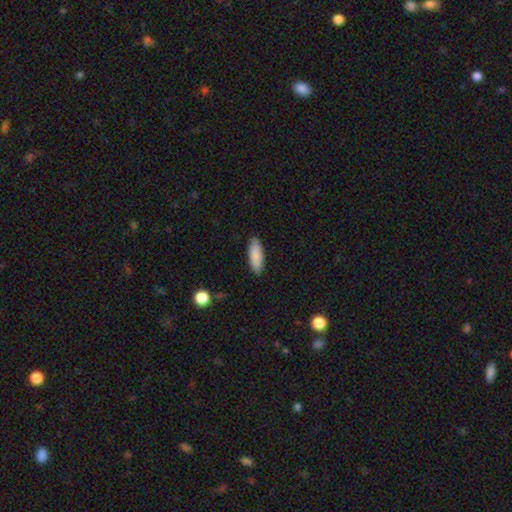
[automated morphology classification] This is clearly a smooth galaxy (88%). How rounded: likely in between (65%). Merging: clearly none (88%).